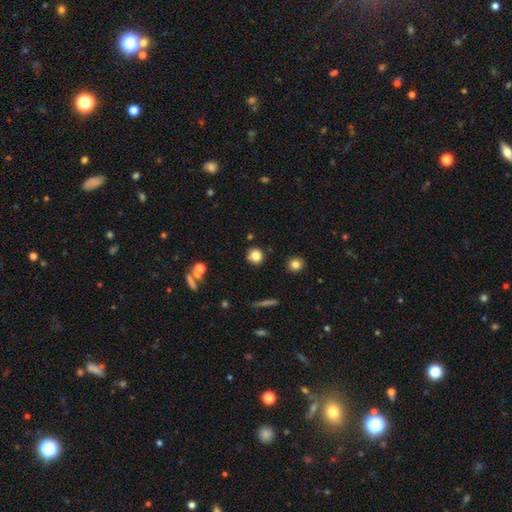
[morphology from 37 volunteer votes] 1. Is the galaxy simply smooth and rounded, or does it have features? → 86% smooth, 11% star or artifact, 3% featured or disk.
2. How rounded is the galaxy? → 91% round, 9% in between, 0% cigar-shaped.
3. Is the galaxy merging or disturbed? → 91% none, 6% merger, 3% minor disturbance, 0% major disturbance.